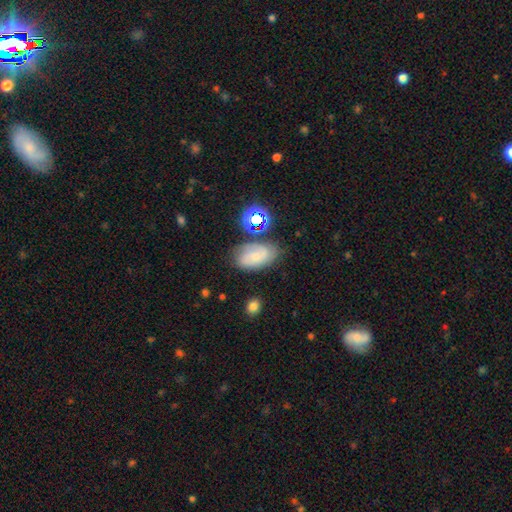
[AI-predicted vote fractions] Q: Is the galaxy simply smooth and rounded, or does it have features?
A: smooth — 46%.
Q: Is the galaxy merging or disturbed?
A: none — 66%.